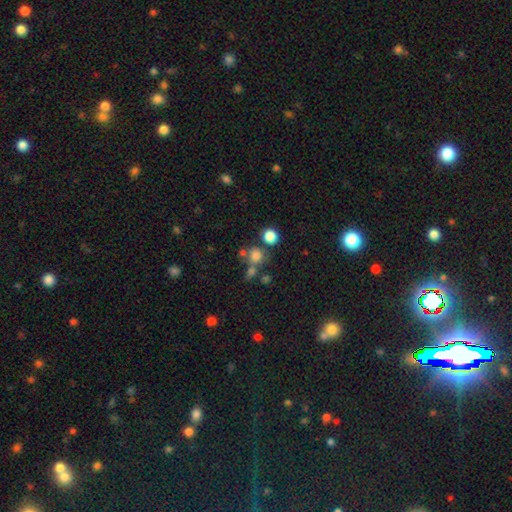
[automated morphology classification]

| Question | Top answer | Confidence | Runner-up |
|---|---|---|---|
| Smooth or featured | smooth | 74% | star or artifact (17%) |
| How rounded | round | 88% | in between (11%) |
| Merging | none | 60% | merger (25%) |